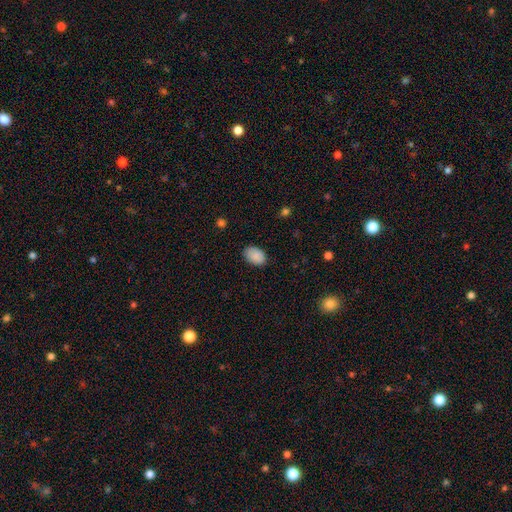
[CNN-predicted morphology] Smooth or featured? Predicted: smooth (p=0.89). How rounded? Predicted: in between (p=0.86). Merging? Predicted: none (p=0.84).